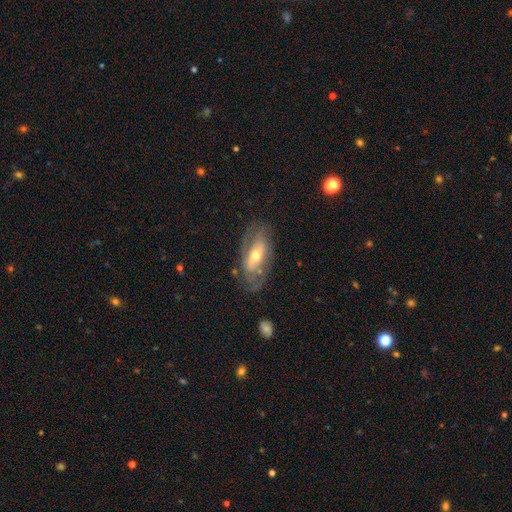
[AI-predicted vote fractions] Morphology: type=featured or disk (66%); edge-on=no (86%); bar=no (44%); spiral arms=yes (66%); bulge=moderate (63%); merging=none (68%).